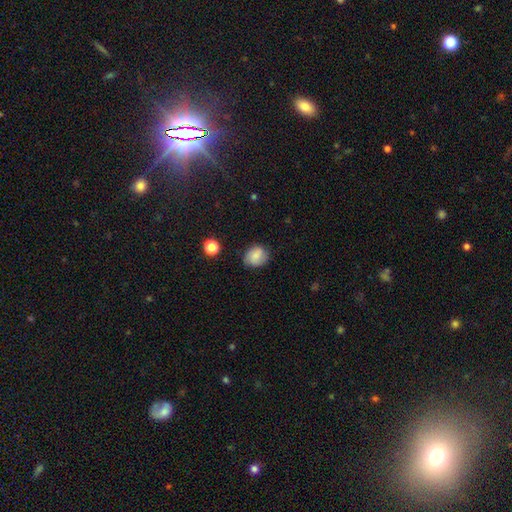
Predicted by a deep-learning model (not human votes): Q: Smooth or featured?
A: smooth (80%); runner-up: featured or disk (10%)
Q: How rounded?
A: round (63%); runner-up: in between (36%)
Q: Merging?
A: none (74%); runner-up: minor disturbance (20%)